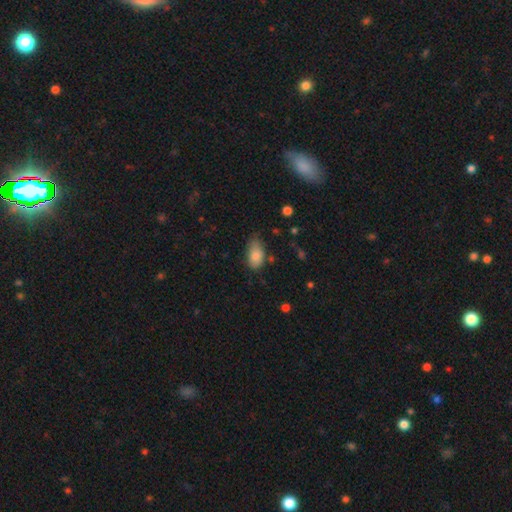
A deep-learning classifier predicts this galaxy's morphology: A smooth galaxy with no disk features (85%) that is in between round and cigar-shaped (92%).

Vote fractions:
- Smooth or featured? smooth: 85% / star or artifact: 8% / featured or disk: 7%
- How rounded? in between: 92% / round: 6% / cigar-shaped: 2%
- Merging? none: 54% / minor disturbance: 35% / major disturbance: 8% / merger: 3%